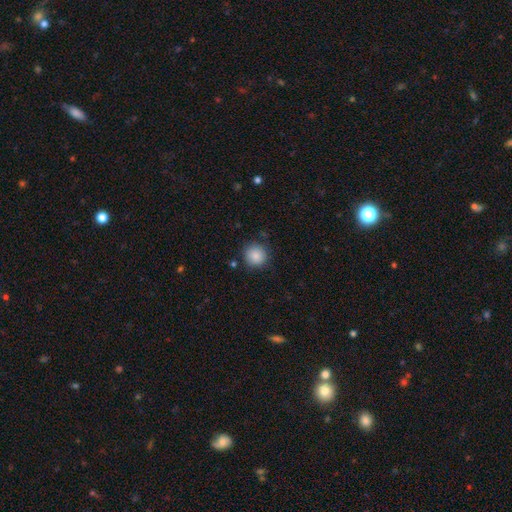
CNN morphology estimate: A smooth galaxy with no disk features (86%) that is round (92%).

Vote fractions:
- Smooth or featured? smooth: 86% / star or artifact: 9% / featured or disk: 5%
- How rounded? round: 92% / in between: 7% / cigar-shaped: 1%
- Merging? none: 85% / minor disturbance: 10% / major disturbance: 3% / merger: 2%